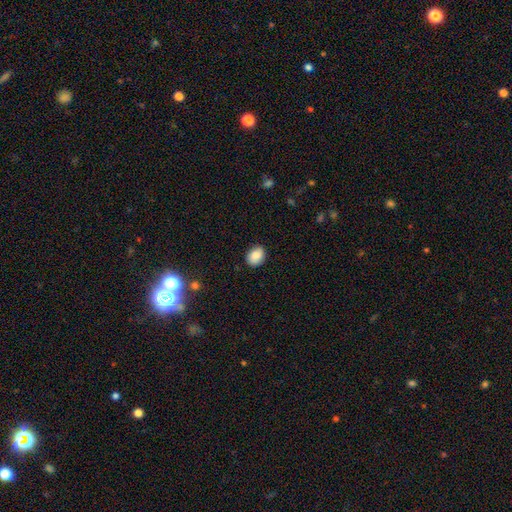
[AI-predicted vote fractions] Q: Smooth or featured?
A: smooth (84%); runner-up: star or artifact (9%)
Q: How rounded?
A: in between (60%); runner-up: round (39%)
Q: Merging?
A: none (86%); runner-up: minor disturbance (11%)